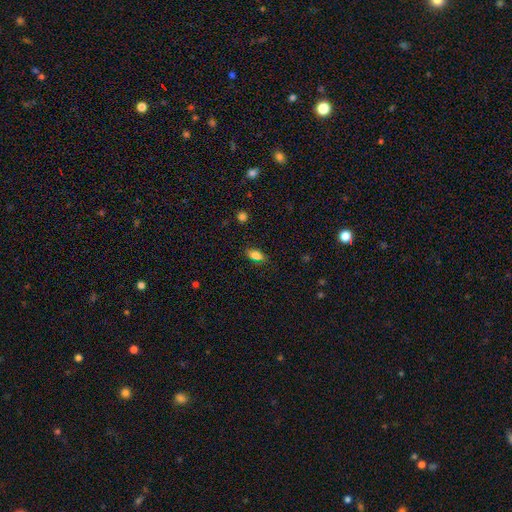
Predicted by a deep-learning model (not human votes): Smooth or featured?
  - smooth: 78% *
  - star or artifact: 12%
  - featured or disk: 10%
How rounded?
  - in between: 85% *
  - cigar-shaped: 8%
  - round: 7%
Merging?
  - none: 82% *
  - minor disturbance: 13%
  - major disturbance: 3%
  - merger: 2%